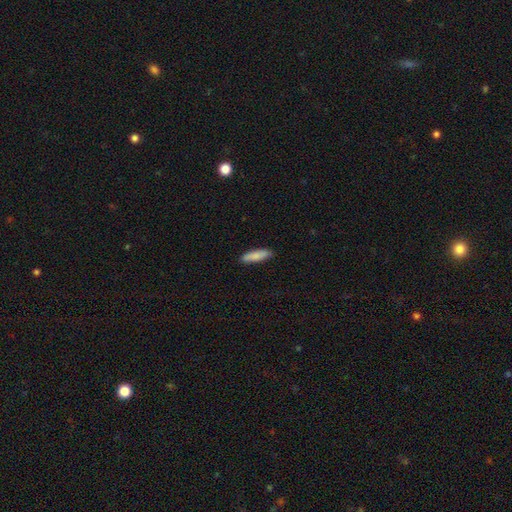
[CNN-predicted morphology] Smooth or featured? Predicted: smooth (p=0.86). How rounded? Predicted: cigar-shaped (p=0.70). Merging? Predicted: none (p=0.88).